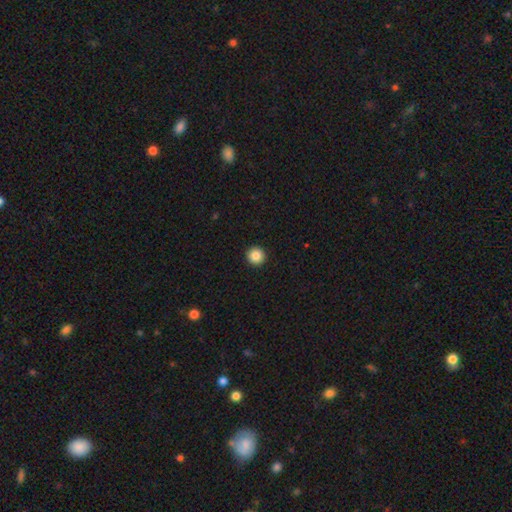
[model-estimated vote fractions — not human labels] Overall: smooth (87%). How rounded: round (96%). Merging: none (94%).